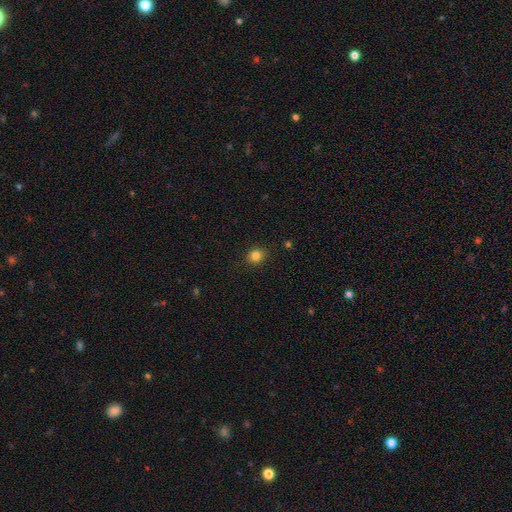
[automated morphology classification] Q: Smooth or featured?
A: smooth (83%); runner-up: star or artifact (12%)
Q: How rounded?
A: round (80%); runner-up: in between (19%)
Q: Merging?
A: none (89%); runner-up: minor disturbance (7%)